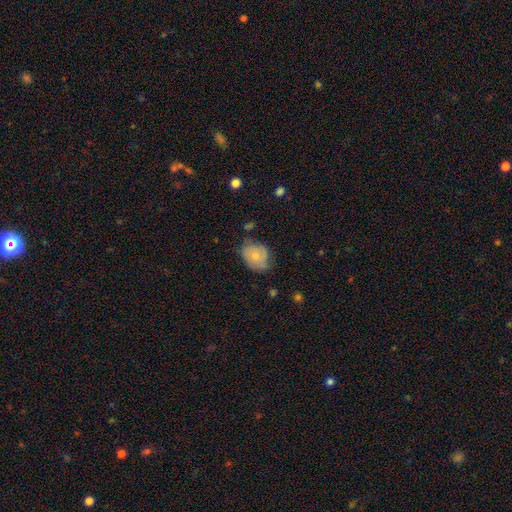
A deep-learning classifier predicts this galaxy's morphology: Smooth or featured? smooth (63%)
How rounded? in between (56%)
Merging? none (55%)